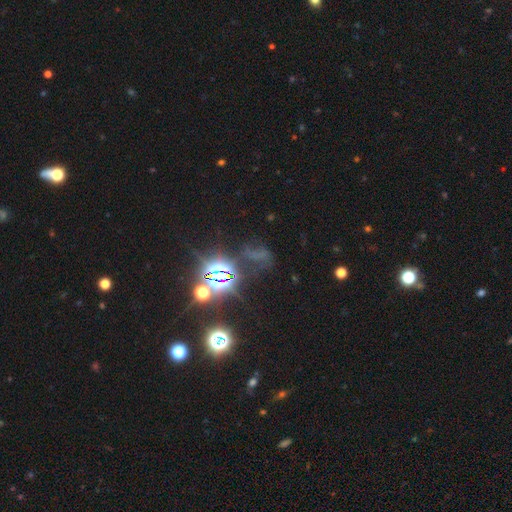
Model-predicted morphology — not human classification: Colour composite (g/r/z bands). It shows a star or artifact, not a galaxy (67%).